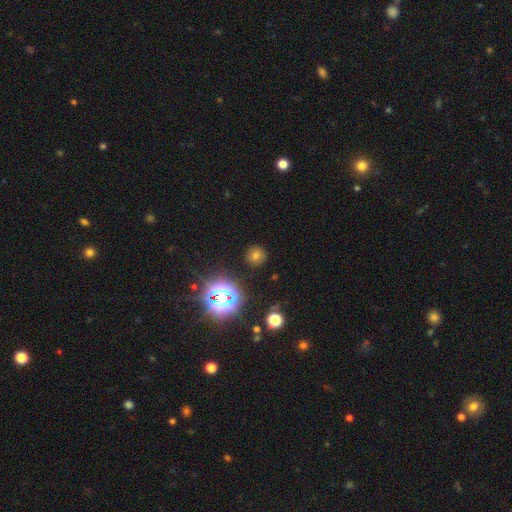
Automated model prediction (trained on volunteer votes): This is likely a smooth galaxy (61%). How rounded: clearly round (91%). Merging: clearly none (88%).